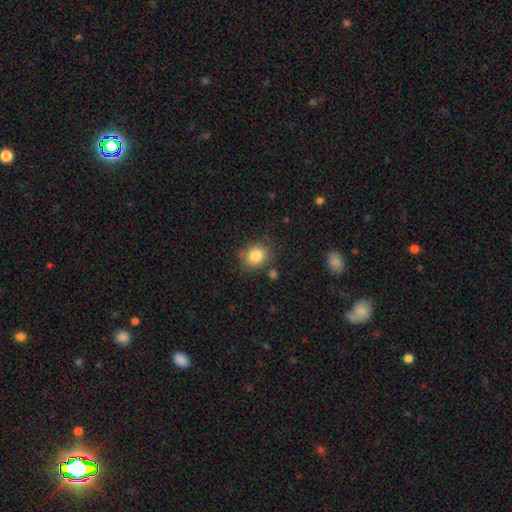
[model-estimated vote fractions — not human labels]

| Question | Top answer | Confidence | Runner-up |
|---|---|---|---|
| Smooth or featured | smooth | 83% | star or artifact (10%) |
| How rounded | round | 61% | in between (38%) |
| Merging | none | 77% | minor disturbance (14%) |